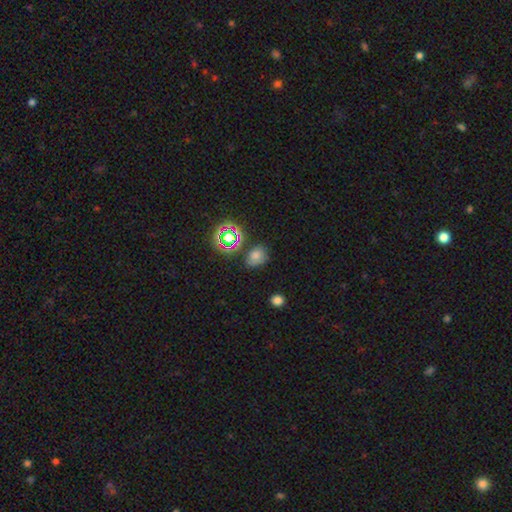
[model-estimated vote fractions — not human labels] A smooth galaxy with no disk features (58%) that is in between round and cigar-shaped (50%). Merging: none (70%).